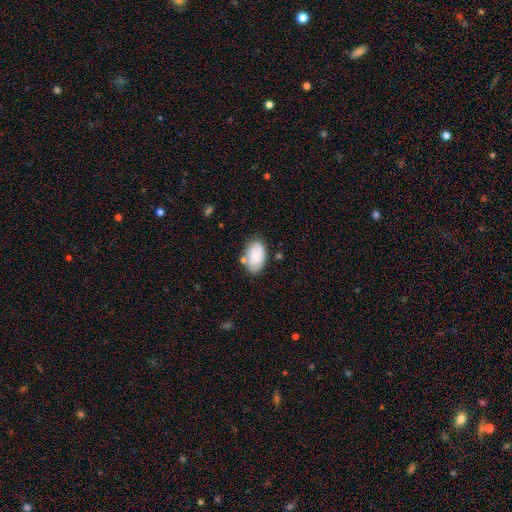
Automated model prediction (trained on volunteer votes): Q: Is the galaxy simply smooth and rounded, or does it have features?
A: smooth — 74%.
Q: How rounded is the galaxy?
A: in between — 92%.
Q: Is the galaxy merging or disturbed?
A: none — 70%.